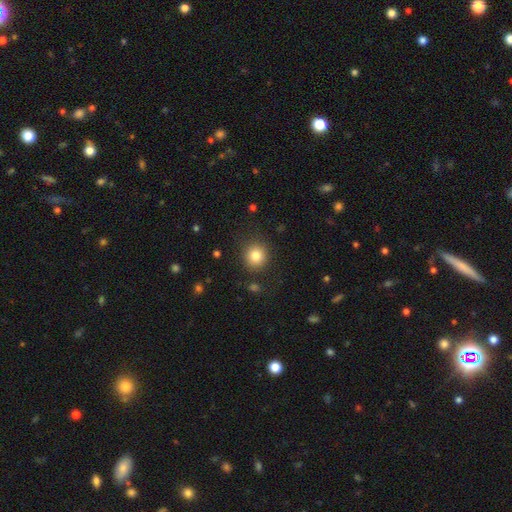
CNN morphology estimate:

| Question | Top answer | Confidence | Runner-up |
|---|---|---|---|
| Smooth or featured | smooth | 82% | star or artifact (11%) |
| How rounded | round | 90% | in between (9%) |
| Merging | none | 87% | minor disturbance (8%) |